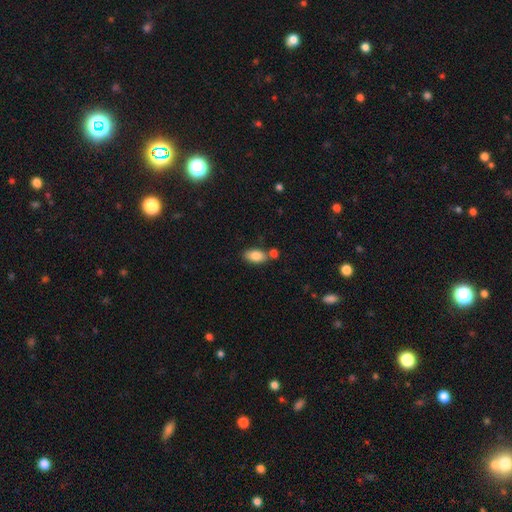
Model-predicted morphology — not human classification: smooth_or_featured: smooth (p=0.85) [alt: featured or disk p=0.07]
how_rounded: in between (p=0.91) [alt: round p=0.06]
merging: none (p=0.66) [alt: merger p=0.18]